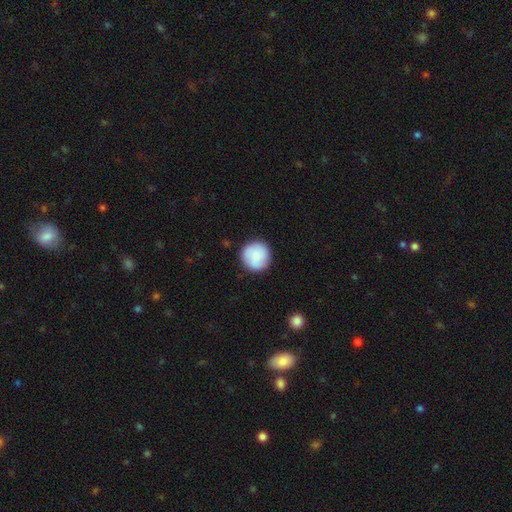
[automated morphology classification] This appears to be a smooth galaxy with no disk features (84%) that is round (95%). Merging: none (89%).